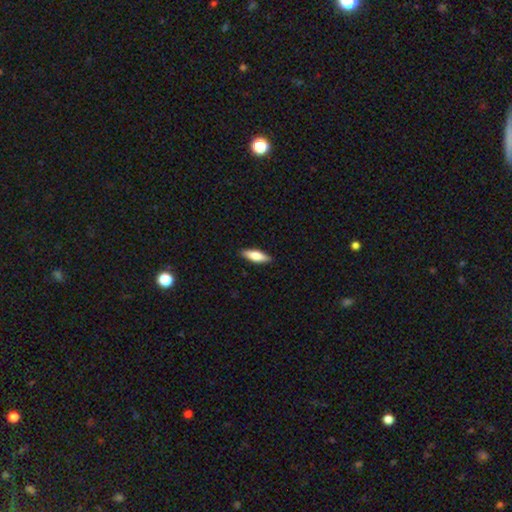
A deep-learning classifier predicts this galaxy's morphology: A smooth galaxy with no disk features (72%) that is in between round and cigar-shaped (53%). Merging: none (89%).